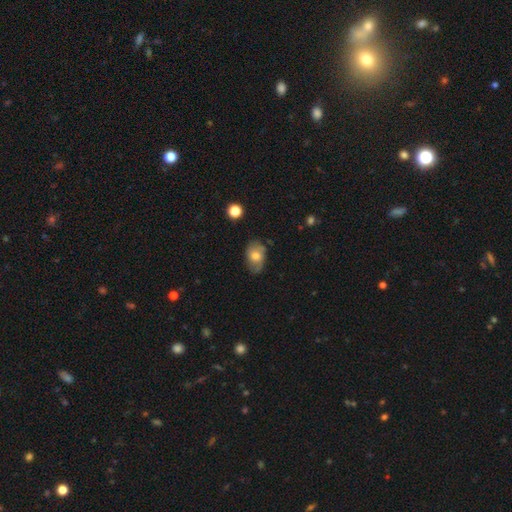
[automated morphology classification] A smooth galaxy with no disk features (62%) that is in between round and cigar-shaped (82%).

Vote fractions:
- Smooth or featured? smooth: 62% / featured or disk: 29% / star or artifact: 9%
- How rounded? in between: 82% / round: 17% / cigar-shaped: 1%
- Merging? none: 64% / minor disturbance: 27% / major disturbance: 7% / merger: 2%